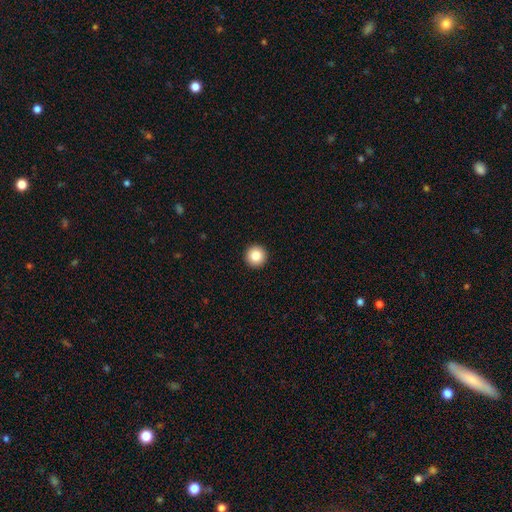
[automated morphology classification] smooth 84%, star or artifact 10%, featured or disk 6%. Down the decision tree: how rounded — round (97%); merging — none (94%).